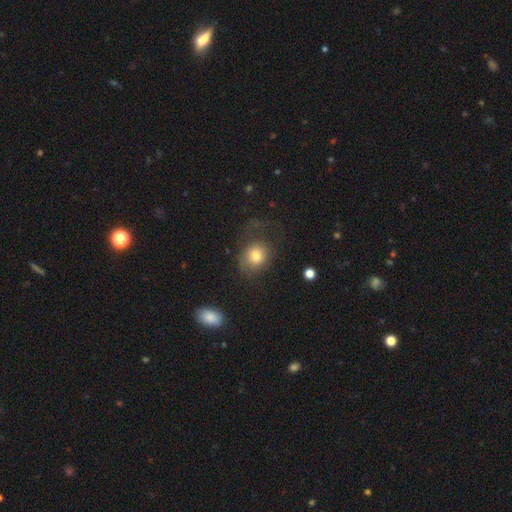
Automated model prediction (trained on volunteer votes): The model was most divided on "merging": none: 50%, major disturbance: 27%, minor disturbance: 20%, merger: 3%. More confident: smooth or featured — smooth (74%); how rounded — round (68%).